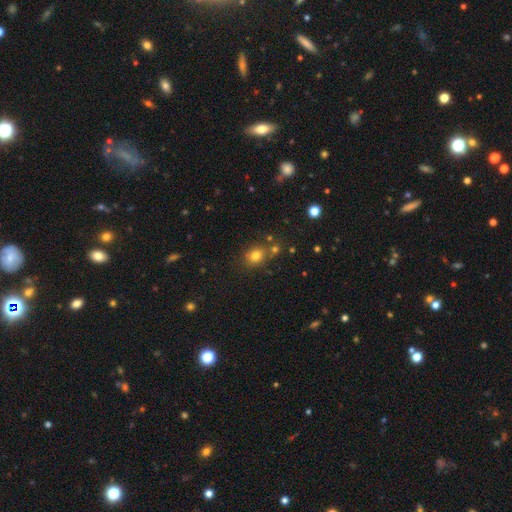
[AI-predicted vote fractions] A smooth galaxy with no disk features (77%) that is round (63%).

Vote fractions:
- Smooth or featured? smooth: 77% / star or artifact: 15% / featured or disk: 8%
- How rounded? round: 63% / in between: 36% / cigar-shaped: 1%
- Merging? none: 70% / merger: 13% / minor disturbance: 12% / major disturbance: 4%